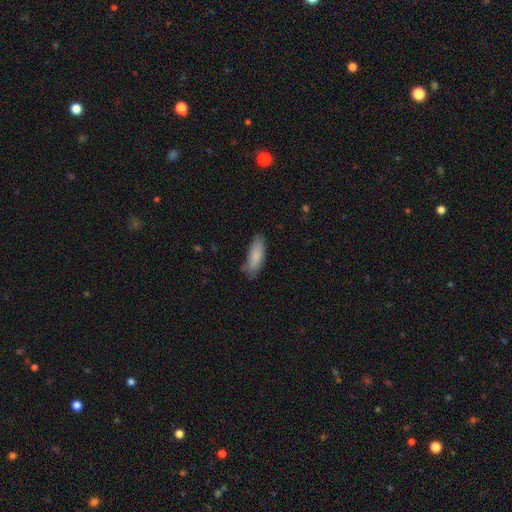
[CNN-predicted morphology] Smooth or featured? Predicted: smooth (p=0.85). How rounded? Predicted: in between (p=0.64). Merging? Predicted: none (p=0.73).